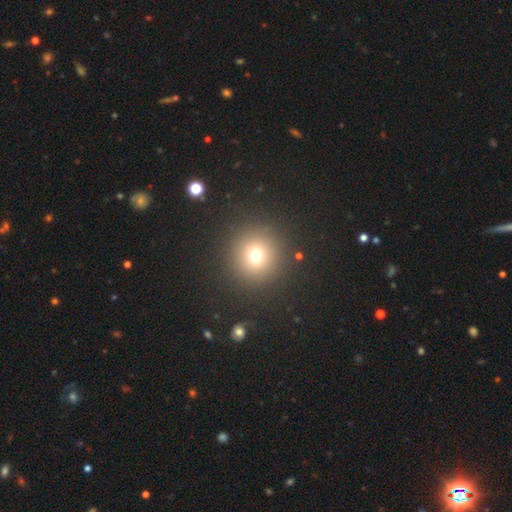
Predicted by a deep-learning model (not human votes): smooth 69%, star or artifact 22%, featured or disk 9%. Down the decision tree: how rounded — round (95%); merging — none (88%).